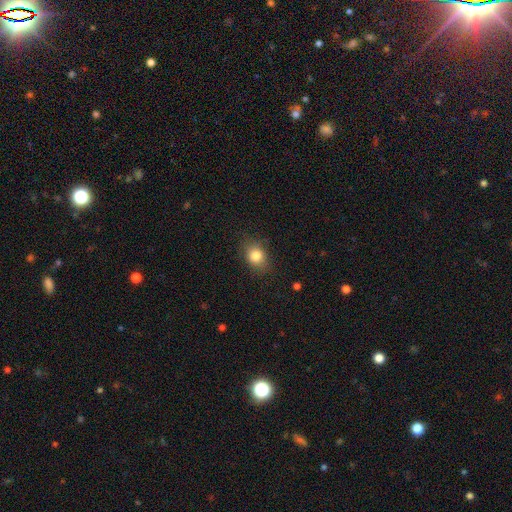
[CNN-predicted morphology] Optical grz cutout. It shows a smooth galaxy with no disk features (83%) that is in between round and cigar-shaped (52%). Merging: none (77%).